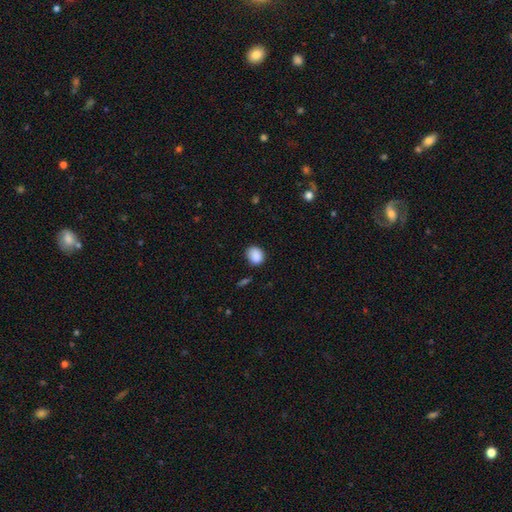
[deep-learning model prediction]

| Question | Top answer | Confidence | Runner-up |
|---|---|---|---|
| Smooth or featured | smooth | 88% | star or artifact (8%) |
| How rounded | round | 58% | in between (41%) |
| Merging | none | 76% | minor disturbance (18%) |